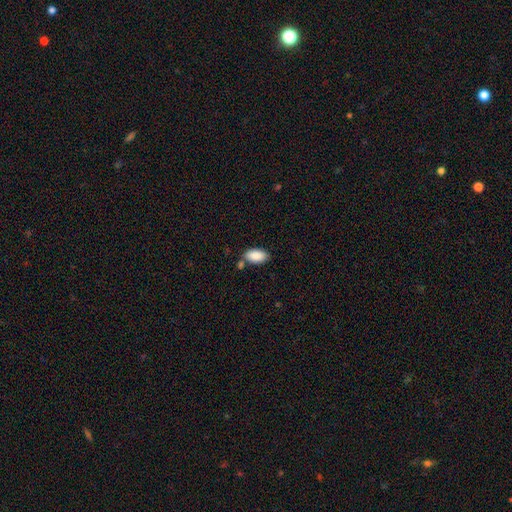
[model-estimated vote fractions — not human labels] This is clearly a smooth galaxy (90%). How rounded: clearly in between (94%). Merging: likely none (74%).